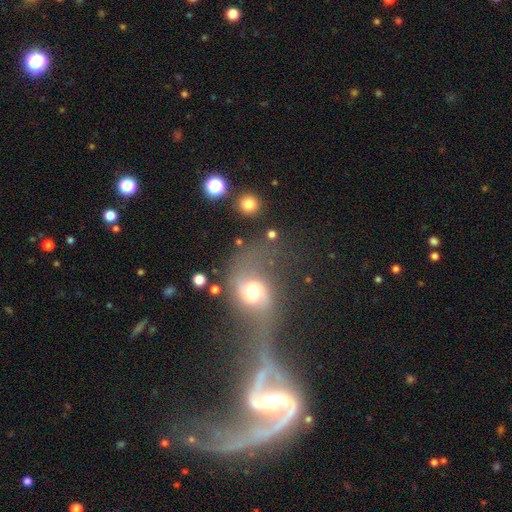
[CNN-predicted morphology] Smooth or featured? Predicted: featured or disk (p=0.59). Edge-on disk? Predicted: no (p=0.91). Bar? Predicted: no (p=0.47). Spiral arms? Predicted: yes (p=0.70). Bulge size? Predicted: moderate (p=0.49). Merging? Predicted: merger (p=0.65).